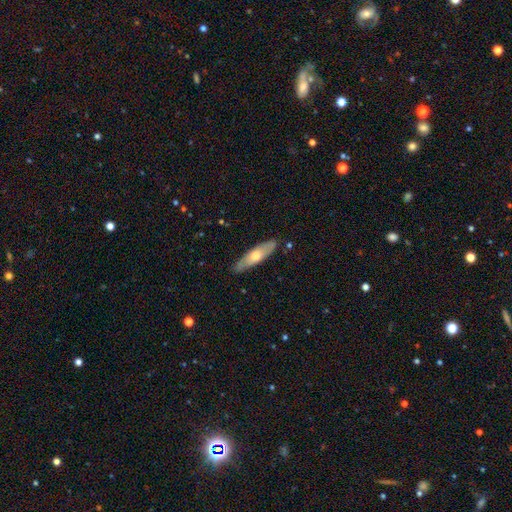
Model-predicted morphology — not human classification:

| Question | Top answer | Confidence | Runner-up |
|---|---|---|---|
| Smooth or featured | smooth | 50% | featured or disk (45%) |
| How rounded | cigar-shaped | 65% | in between (34%) |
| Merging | none | 85% | minor disturbance (11%) |